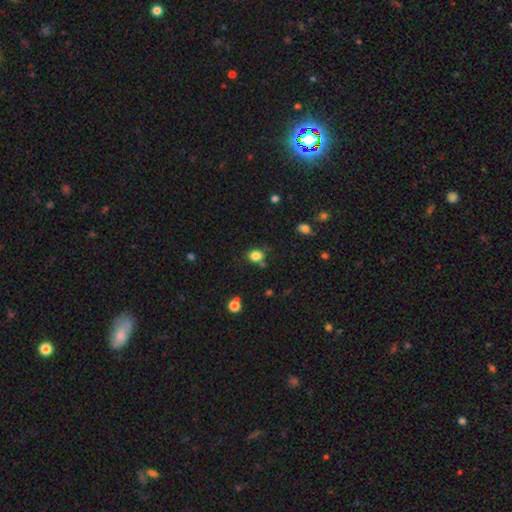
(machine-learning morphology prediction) smooth_or_featured: smooth (p=0.82) [alt: star or artifact p=0.13]
how_rounded: round (p=0.62) [alt: in between p=0.37]
merging: none (p=0.71) [alt: minor disturbance p=0.17]